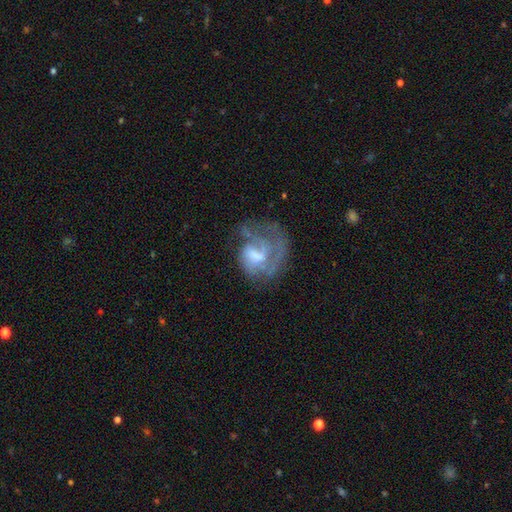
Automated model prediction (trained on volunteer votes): Q: Smooth or featured?
A: featured or disk (71%); runner-up: smooth (21%)
Q: Edge-on disk?
A: no (97%); runner-up: yes (3%)
Q: Bar?
A: no (46%); runner-up: weak (43%)
Q: Spiral arms?
A: yes (75%); runner-up: no (25%)
Q: Spiral winding?
A: tight (39%); runner-up: medium (38%)
Q: Spiral arm count?
A: 1 (42%); runner-up: can't tell (26%)
Q: Bulge size?
A: moderate (37%); runner-up: none (25%)
Q: Merging?
A: none (40%); runner-up: major disturbance (36%)